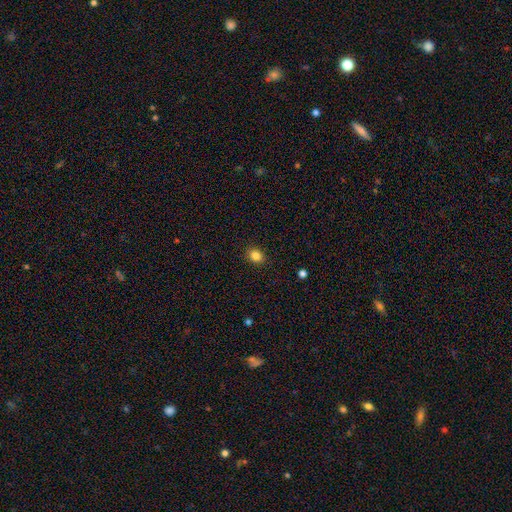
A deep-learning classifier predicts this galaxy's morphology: A smooth galaxy with no disk features (84%) that is in between round and cigar-shaped (50%).

Vote fractions:
- Smooth or featured? smooth: 84% / star or artifact: 11% / featured or disk: 5%
- How rounded? in between: 50% / round: 49% / cigar-shaped: 1%
- Merging? none: 90% / minor disturbance: 7% / major disturbance: 2% / merger: 1%